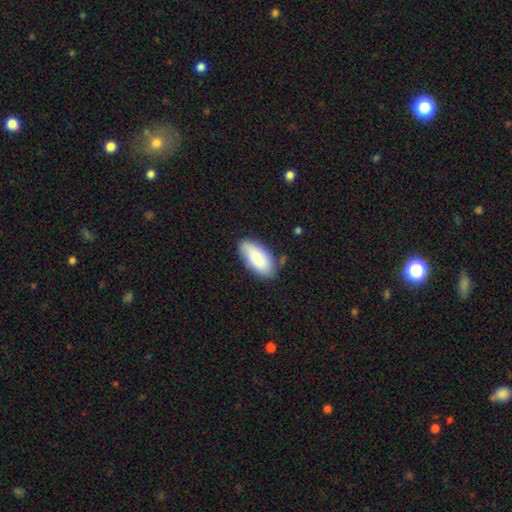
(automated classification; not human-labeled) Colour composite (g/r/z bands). It shows a smooth galaxy with no disk features (79%) that is in between round and cigar-shaped (91%). Merging: none (79%).